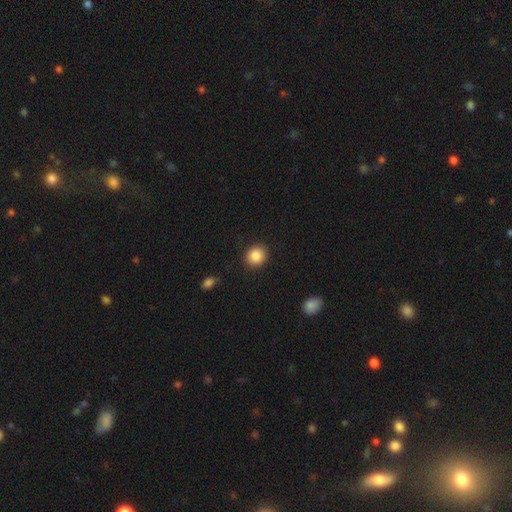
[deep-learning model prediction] smooth-or-featured: smooth: 87% | star or artifact: 9% | featured or disk: 4%
  how-rounded: round: 80% | in between: 19% | cigar-shaped: 1%
  merging: none: 89% | minor disturbance: 8% | major disturbance: 2% | merger: 1%